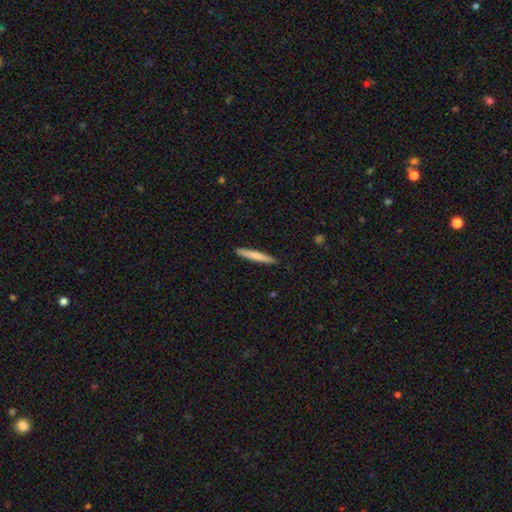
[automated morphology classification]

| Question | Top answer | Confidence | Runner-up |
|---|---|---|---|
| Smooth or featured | smooth | 71% | featured or disk (24%) |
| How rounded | cigar-shaped | 95% | in between (4%) |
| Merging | none | 91% | minor disturbance (6%) |